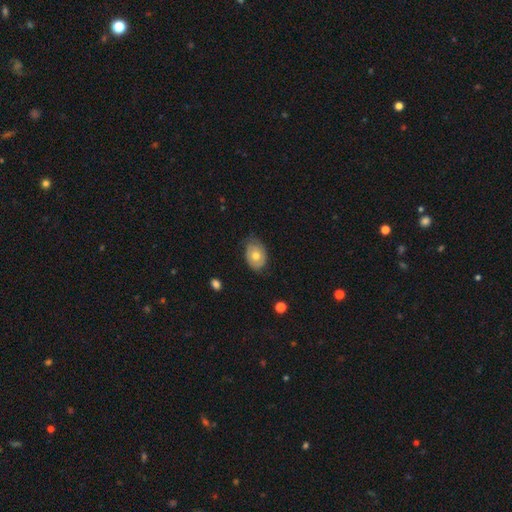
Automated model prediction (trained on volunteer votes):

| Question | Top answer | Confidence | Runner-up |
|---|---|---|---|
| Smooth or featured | smooth | 49% | featured or disk (44%) |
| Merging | none | 62% | minor disturbance (29%) |